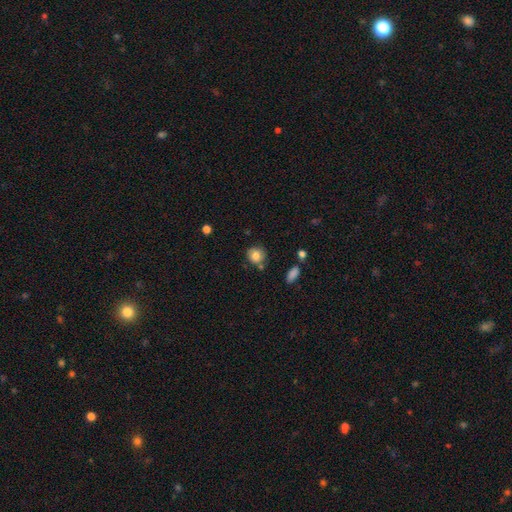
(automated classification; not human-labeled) A smooth galaxy with no disk features (82%) that is round (82%).

Vote fractions:
- Smooth or featured? smooth: 82% / star or artifact: 9% / featured or disk: 9%
- How rounded? round: 82% / in between: 17% / cigar-shaped: 1%
- Merging? none: 70% / minor disturbance: 18% / merger: 7% / major disturbance: 4%